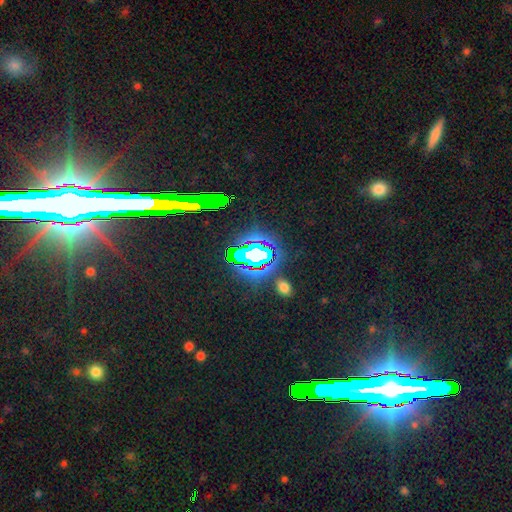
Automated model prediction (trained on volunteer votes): The model was most divided on "smooth or featured": star or artifact: 66%, smooth: 20%, featured or disk: 14%.